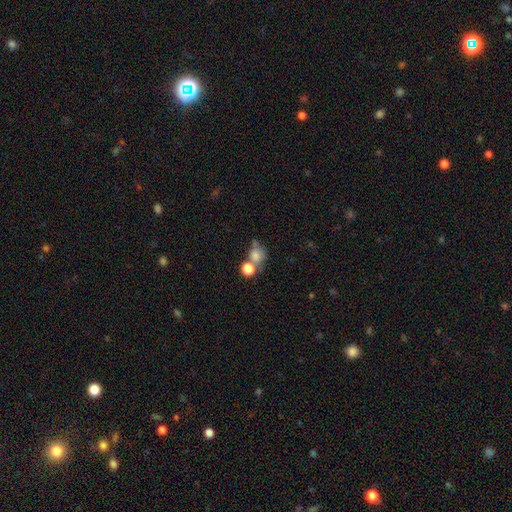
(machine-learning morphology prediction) A smooth galaxy with no disk features (75%) that is round (66%).

Vote fractions:
- Smooth or featured? smooth: 75% / featured or disk: 13% / star or artifact: 13%
- How rounded? round: 66% / in between: 32% / cigar-shaped: 1%
- Merging? merger: 41% / none: 37% / minor disturbance: 13% / major disturbance: 9%